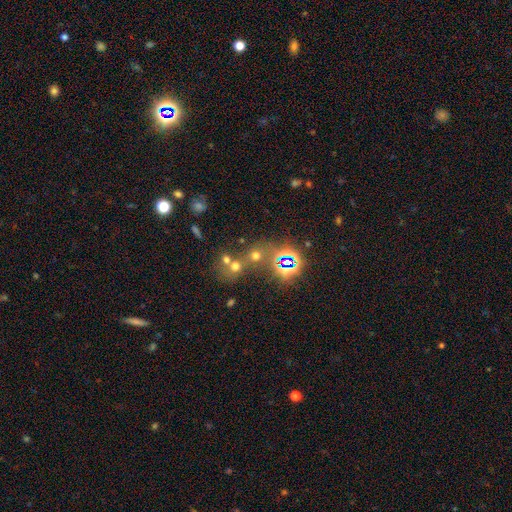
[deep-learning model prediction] This appears to be a smooth galaxy with no disk features (48%). Merging: none (51%).